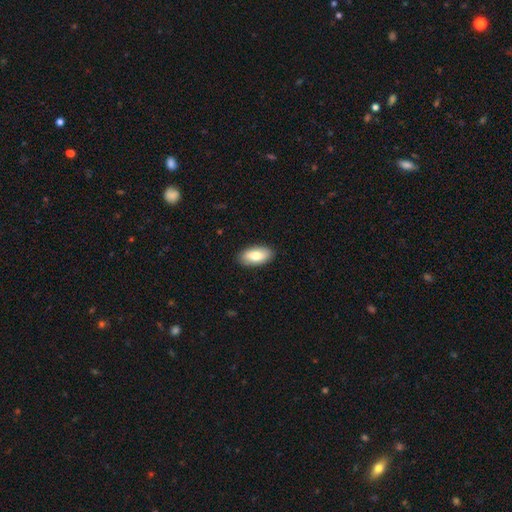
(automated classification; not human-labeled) Smooth or featured?
  - smooth: 79% *
  - featured or disk: 15%
  - star or artifact: 6%
How rounded?
  - in between: 92% *
  - cigar-shaped: 5%
  - round: 3%
Merging?
  - none: 88% *
  - minor disturbance: 9%
  - major disturbance: 2%
  - merger: 1%